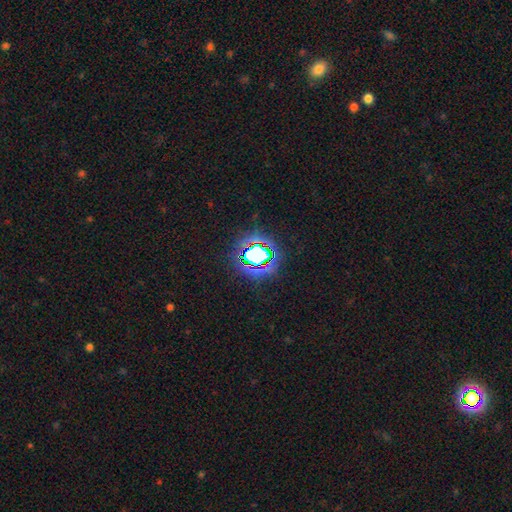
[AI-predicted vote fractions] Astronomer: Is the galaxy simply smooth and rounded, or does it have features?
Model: star or artifact — 60%.